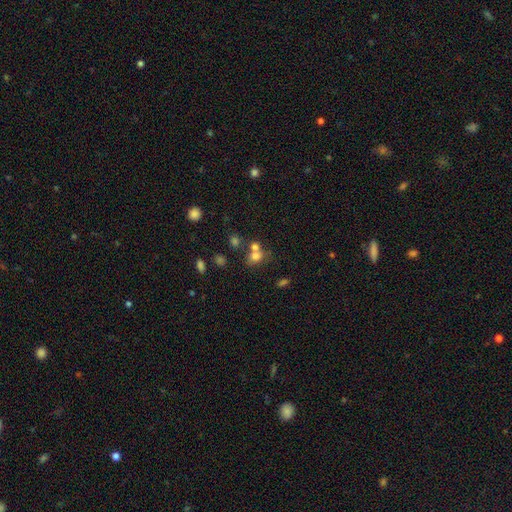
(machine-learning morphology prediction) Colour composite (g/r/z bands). It shows a smooth galaxy with no disk features (72%) that is round (58%). Merging: merger (43%).